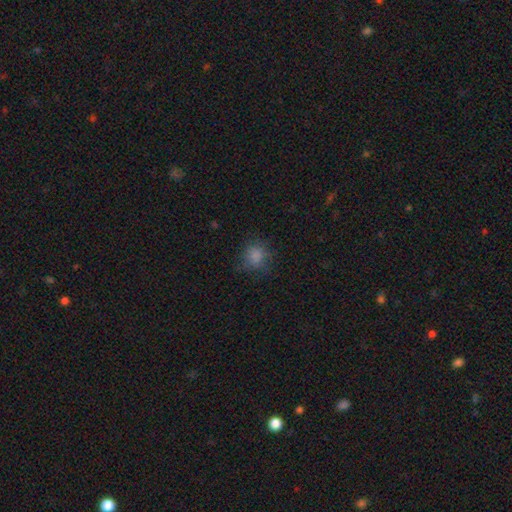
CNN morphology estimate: A smooth galaxy with no disk features (79%) that is round (77%).

Vote fractions:
- Smooth or featured? smooth: 79% / star or artifact: 13% / featured or disk: 8%
- How rounded? round: 77% / in between: 22% / cigar-shaped: 1%
- Merging? none: 70% / minor disturbance: 19% / major disturbance: 10% / merger: 1%